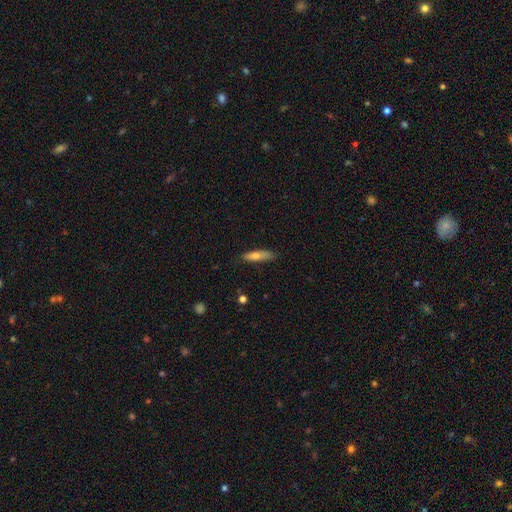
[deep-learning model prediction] smooth_or_featured: smooth (p=0.69) [alt: featured or disk p=0.25]
how_rounded: cigar-shaped (p=0.71) [alt: in between p=0.27]
merging: none (p=0.81) [alt: minor disturbance p=0.15]